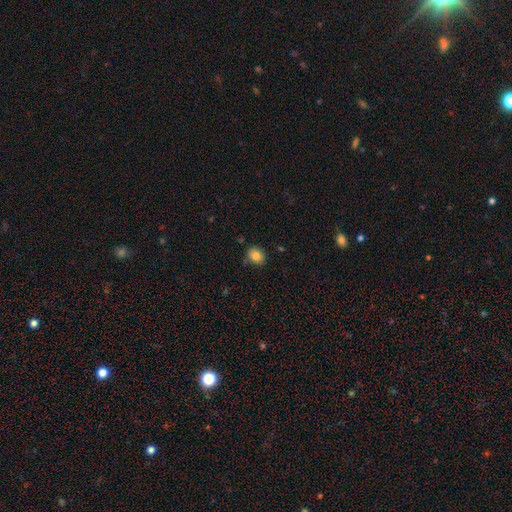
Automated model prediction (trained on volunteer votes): Smooth or featured?
  - smooth: 83% *
  - star or artifact: 10%
  - featured or disk: 7%
How rounded?
  - round: 66% *
  - in between: 33%
  - cigar-shaped: 1%
Merging?
  - none: 78% *
  - minor disturbance: 15%
  - merger: 3%
  - major disturbance: 3%